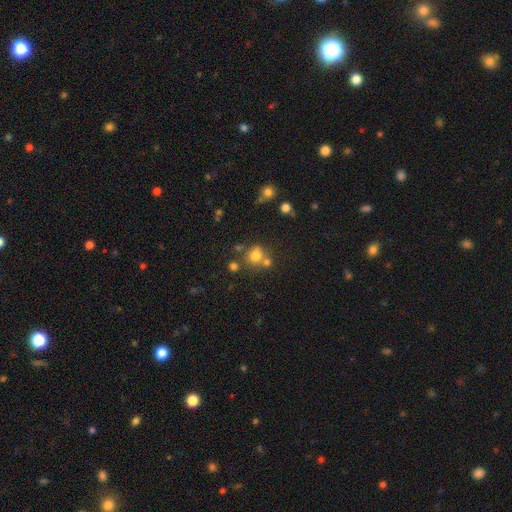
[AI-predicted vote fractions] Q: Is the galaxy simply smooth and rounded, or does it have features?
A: smooth — 72%.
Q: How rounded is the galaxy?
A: round — 80%.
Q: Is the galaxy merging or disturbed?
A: none — 56%.